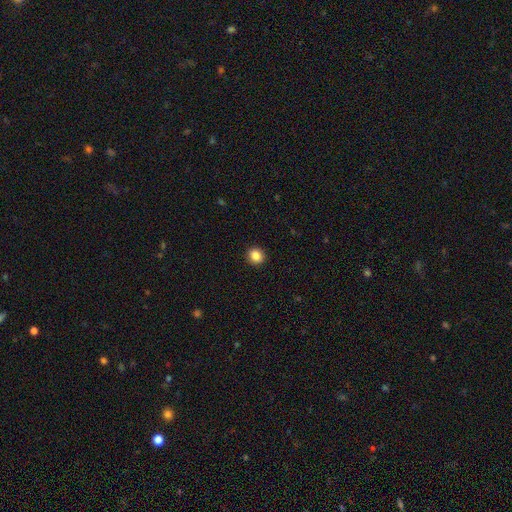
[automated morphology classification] Overall: smooth (86%). How rounded: round (89%). Merging: none (92%).